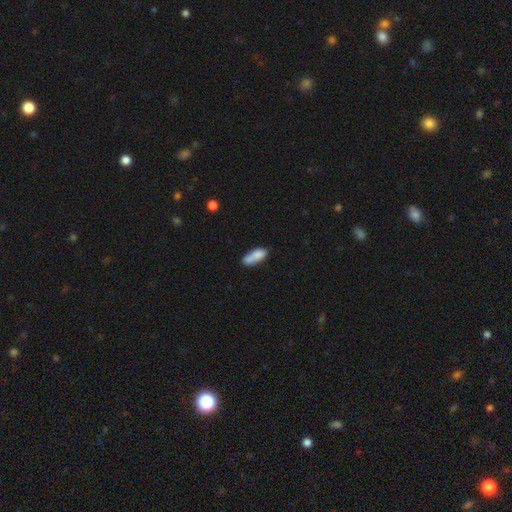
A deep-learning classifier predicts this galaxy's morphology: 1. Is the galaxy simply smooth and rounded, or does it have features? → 79% smooth, 13% featured or disk, 8% star or artifact.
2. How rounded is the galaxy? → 67% in between, 30% cigar-shaped, 3% round.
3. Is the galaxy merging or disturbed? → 49% none, 23% merger, 22% minor disturbance, 6% major disturbance.